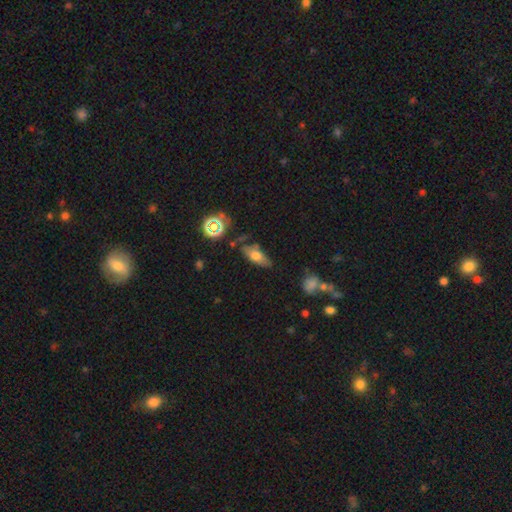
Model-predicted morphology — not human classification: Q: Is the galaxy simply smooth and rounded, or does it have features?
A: smooth — 63%.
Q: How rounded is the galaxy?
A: in between — 77%.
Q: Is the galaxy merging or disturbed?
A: none — 60%.